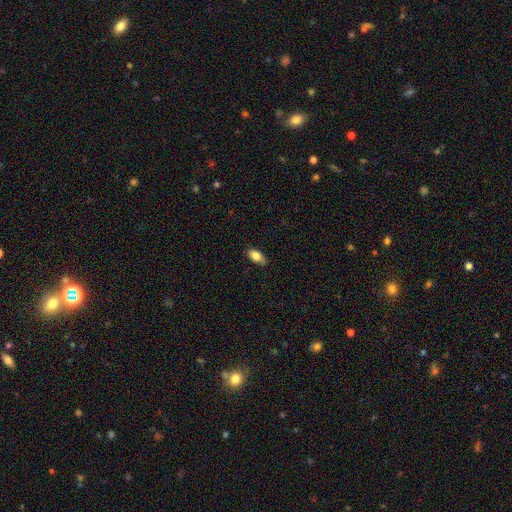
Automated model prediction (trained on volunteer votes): This is clearly a smooth galaxy (82%). How rounded: clearly in between (89%). Merging: likely none (72%).